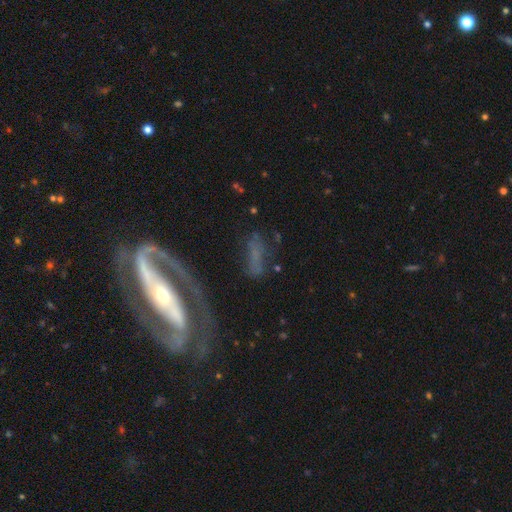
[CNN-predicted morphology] smooth_or_featured: featured or disk (p=0.76) [alt: smooth p=0.16]
disk_edge_on: no (p=0.88) [alt: yes p=0.12]
bar: strong (p=0.51) [alt: no p=0.26]
has_spiral_arms: yes (p=0.86) [alt: no p=0.14]
spiral_winding: medium (p=0.43) [alt: tight p=0.34]
spiral_arm_count: 2 (p=0.82) [alt: 1 p=0.06]
bulge_size: small (p=0.52) [alt: moderate p=0.37]
merging: none (p=0.61) [alt: major disturbance p=0.17]